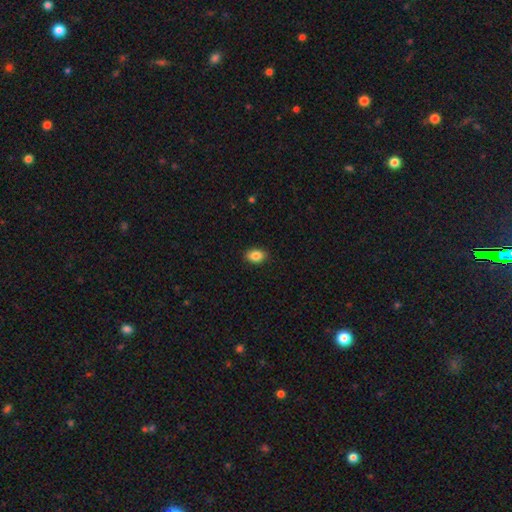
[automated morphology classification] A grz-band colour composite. It shows a smooth galaxy with no disk features (87%) that is in between round and cigar-shaped (84%). Merging: none (89%).